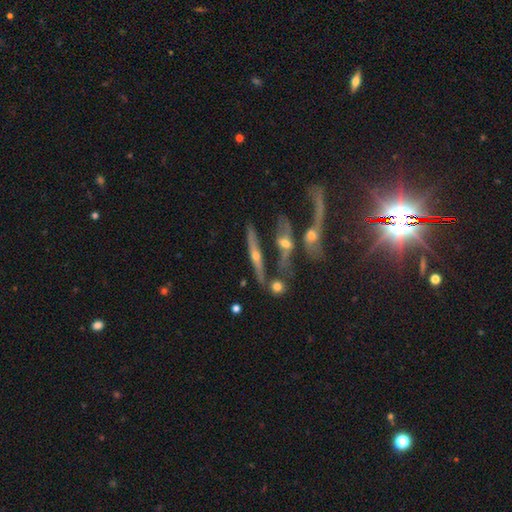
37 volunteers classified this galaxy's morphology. featured or disk 76%, smooth 22%, star or artifact 3%. Down the decision tree: edge-on disk — yes (96%); edge-on bulge — rounded (89%); merging — none (61%).